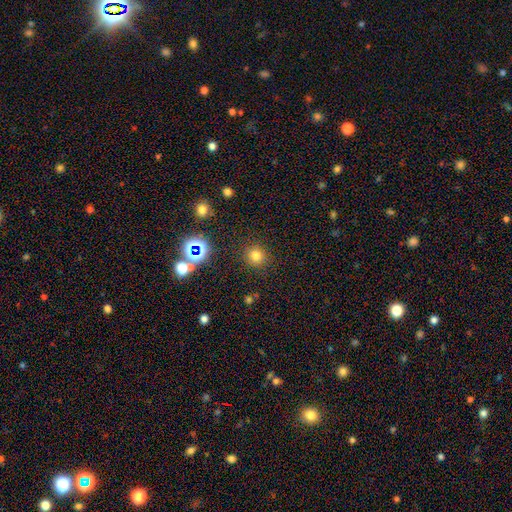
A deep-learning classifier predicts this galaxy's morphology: This appears to be a smooth galaxy with no disk features (73%) that is round (92%). Merging: none (88%).